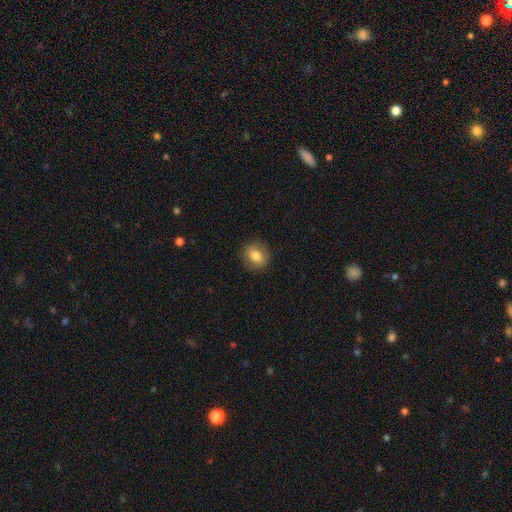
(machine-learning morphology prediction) The model was most divided on "how rounded": round: 59%, in between: 40%, cigar-shaped: 2%. More confident: merging — none (86%); smooth or featured — smooth (73%).